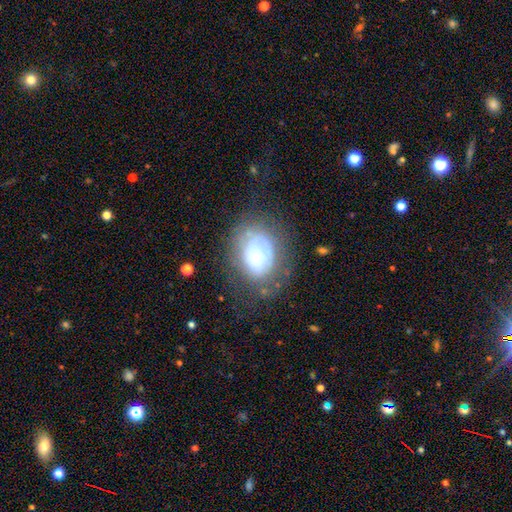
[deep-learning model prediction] The model was most divided on "smooth or featured": smooth: 46%, featured or disk: 45%, star or artifact: 10%. More confident: merging — none (59%).